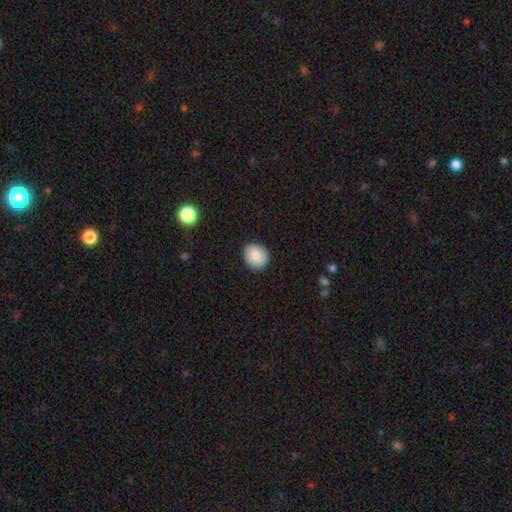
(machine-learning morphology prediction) The model was most divided on "how rounded": round: 74%, in between: 25%, cigar-shaped: 1%. More confident: merging — none (89%); smooth or featured — smooth (87%).